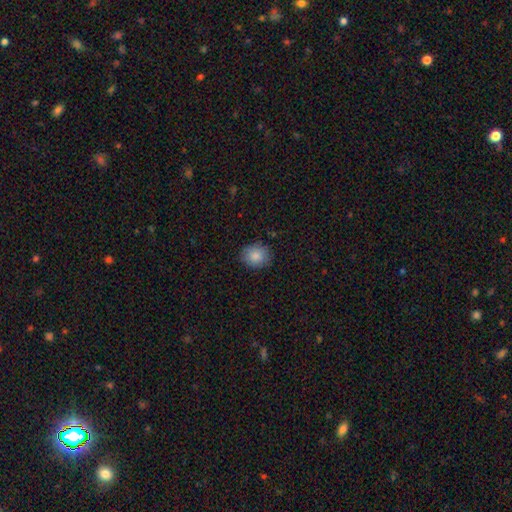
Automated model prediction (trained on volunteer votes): The model was most divided on "how rounded": round: 59%, in between: 40%, cigar-shaped: 1%. More confident: smooth or featured — smooth (85%); merging — none (84%).